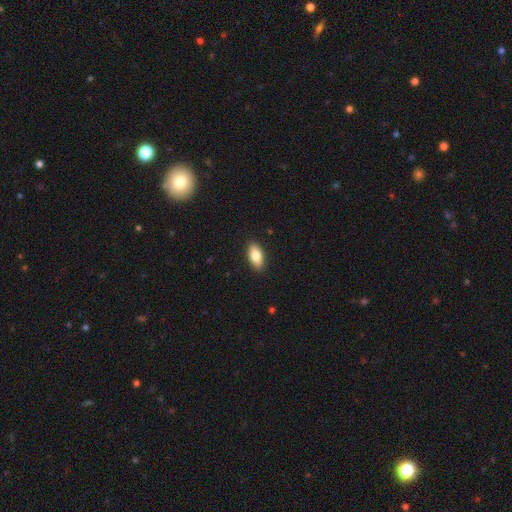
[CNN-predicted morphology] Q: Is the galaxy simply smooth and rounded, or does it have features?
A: smooth — 79%.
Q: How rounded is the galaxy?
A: in between — 86%.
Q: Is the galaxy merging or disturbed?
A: none — 90%.